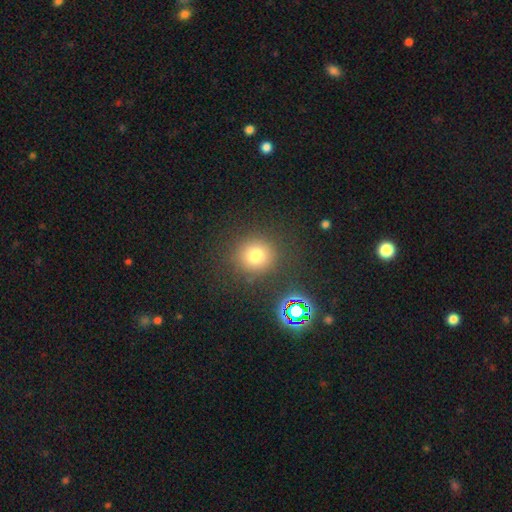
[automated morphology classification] smooth 75%, star or artifact 17%, featured or disk 8%. Down the decision tree: how rounded — round (90%); merging — none (86%).